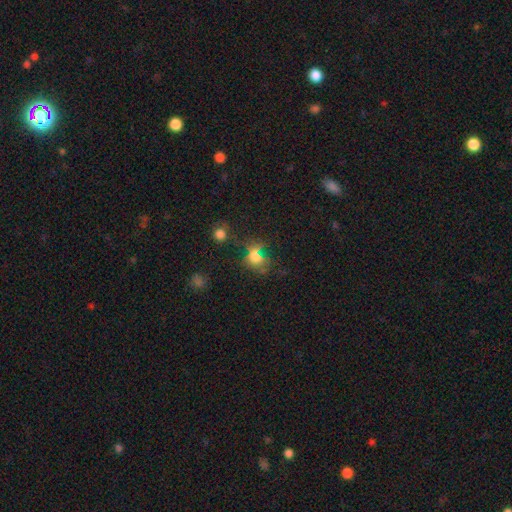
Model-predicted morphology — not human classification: Smooth or featured? Predicted: smooth (p=0.60). How rounded? Predicted: round (p=0.61). Merging? Predicted: none (p=0.56).